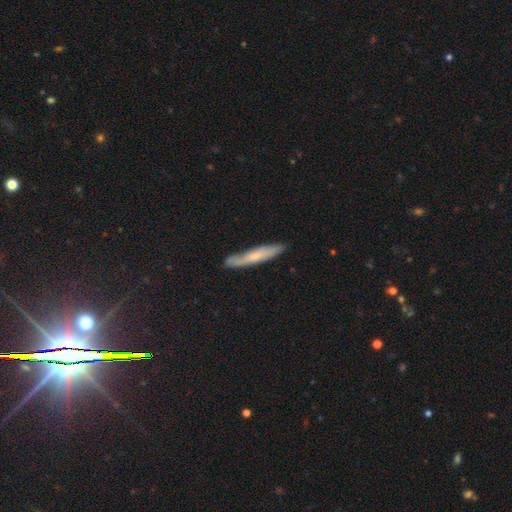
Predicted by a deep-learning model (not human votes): The model was most divided on "smooth or featured": smooth: 49%, featured or disk: 45%, star or artifact: 6%. More confident: merging — none (80%).